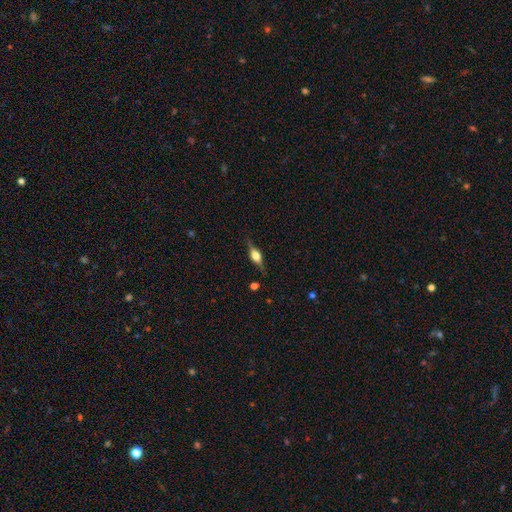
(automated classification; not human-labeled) This appears to be a featured or disk galaxy (63%) viewed edge-on (95%) with a rounded central bulge (89%). Merging: none (81%).